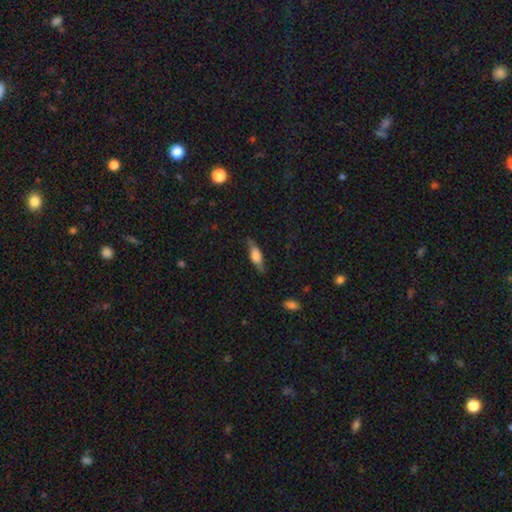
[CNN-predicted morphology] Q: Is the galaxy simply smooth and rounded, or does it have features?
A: smooth — 60%.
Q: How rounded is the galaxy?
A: in between — 57%.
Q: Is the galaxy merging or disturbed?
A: none — 73%.